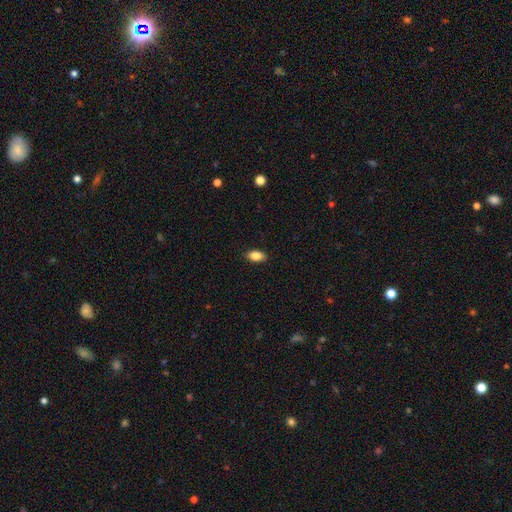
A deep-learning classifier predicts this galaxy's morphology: This is clearly a smooth galaxy (86%). How rounded: clearly in between (90%). Merging: clearly none (88%).